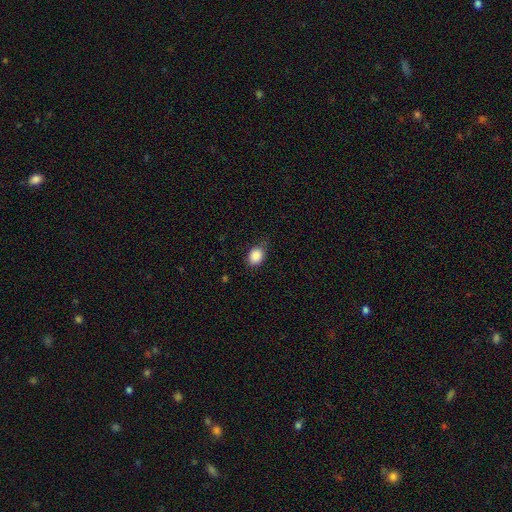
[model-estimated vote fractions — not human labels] smooth-or-featured: smooth: 87% | star or artifact: 8% | featured or disk: 4%
  how-rounded: in between: 62% | round: 36% | cigar-shaped: 1%
  merging: none: 71% | minor disturbance: 23% | major disturbance: 5% | merger: 1%